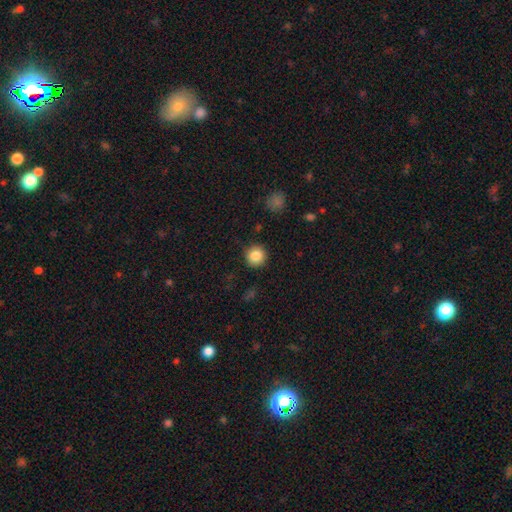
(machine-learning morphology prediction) Smooth or featured: smooth — 85% (star or artifact — 10%)
How rounded: round — 94% (in between — 5%)
Merging: none — 89% (minor disturbance — 7%)